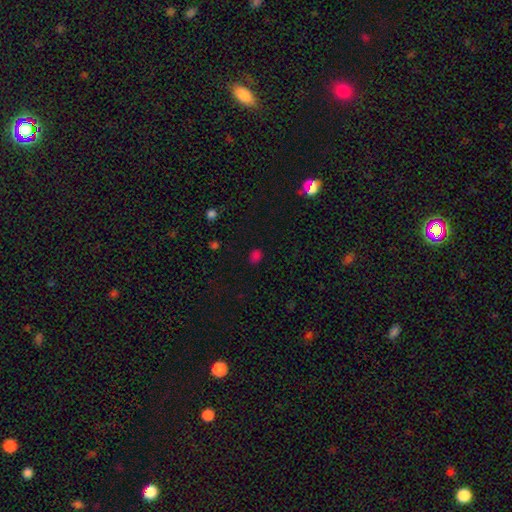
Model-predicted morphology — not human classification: Smooth or featured? smooth (70%)
How rounded? in between (52%)
Merging? none (82%)